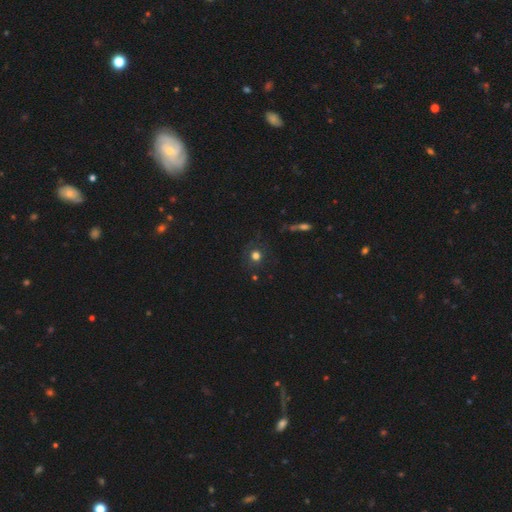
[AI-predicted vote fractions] Overall: smooth (69%). How rounded: round (89%). Merging: none (81%).